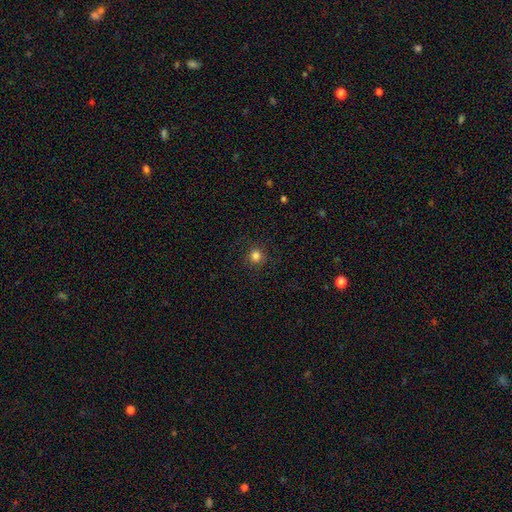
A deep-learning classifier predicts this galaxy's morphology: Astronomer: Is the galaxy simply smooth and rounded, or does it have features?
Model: smooth — 83%.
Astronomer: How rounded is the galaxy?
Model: round — 94%.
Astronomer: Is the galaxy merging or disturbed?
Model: none — 89%.